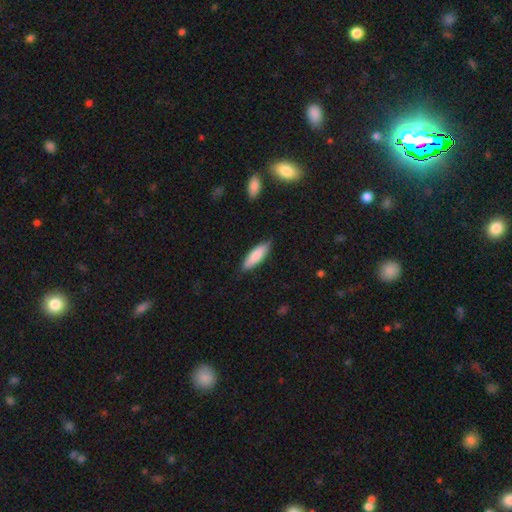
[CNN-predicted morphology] Smooth or featured? Predicted: smooth (p=0.81). How rounded? Predicted: cigar-shaped (p=0.55). Merging? Predicted: none (p=0.84).